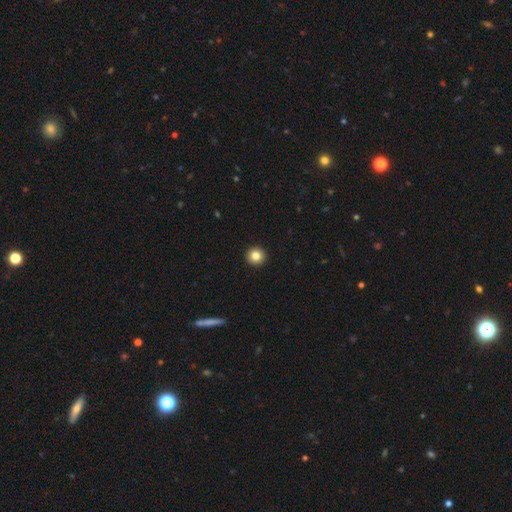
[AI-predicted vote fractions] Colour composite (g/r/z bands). It shows a smooth galaxy with no disk features (84%) that is round (95%). Merging: none (94%).